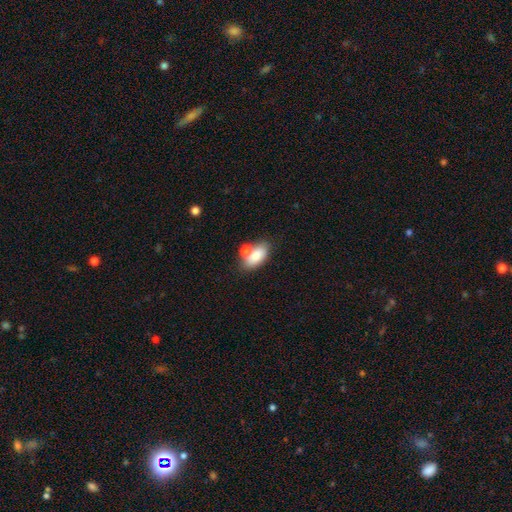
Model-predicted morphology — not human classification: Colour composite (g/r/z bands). It shows a smooth galaxy with no disk features (78%) that is in between round and cigar-shaped (89%). Merging: none (49%).